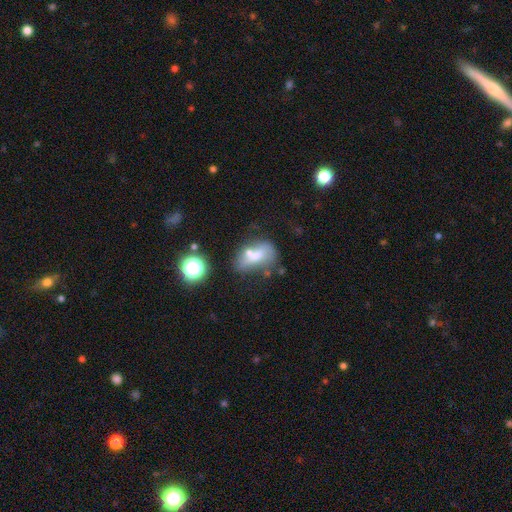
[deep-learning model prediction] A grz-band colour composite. It shows a smooth galaxy with no disk features (53%) that is in between round and cigar-shaped (74%). Merging: merger (36%).